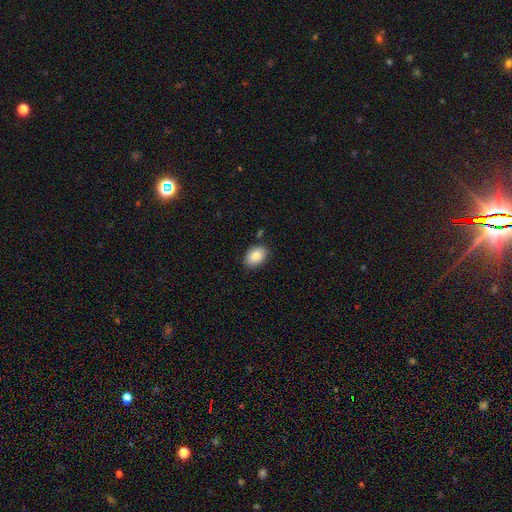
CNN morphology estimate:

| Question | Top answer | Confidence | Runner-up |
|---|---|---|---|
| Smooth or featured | smooth | 85% | featured or disk (8%) |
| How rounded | in between | 82% | round (17%) |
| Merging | none | 85% | minor disturbance (11%) |